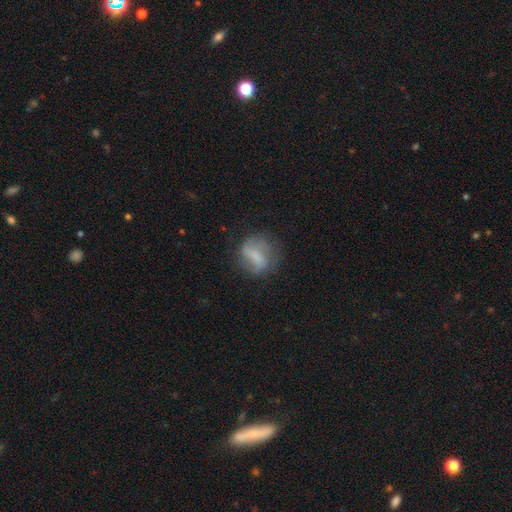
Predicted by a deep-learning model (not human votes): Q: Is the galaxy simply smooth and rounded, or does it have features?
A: featured or disk — 50%.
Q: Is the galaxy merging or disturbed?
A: none — 59%.